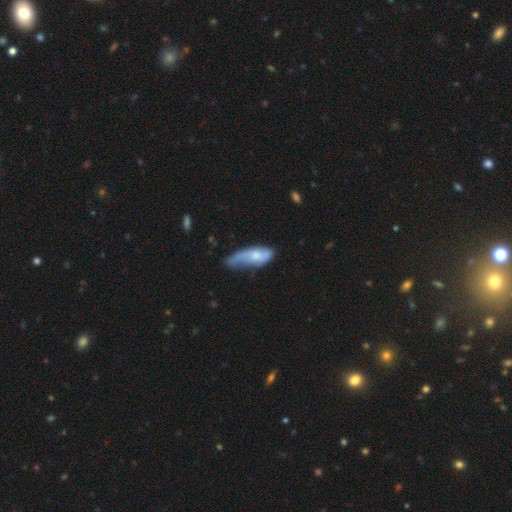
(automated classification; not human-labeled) Smooth or featured?
  - smooth: 55% *
  - featured or disk: 39%
  - star or artifact: 6%
How rounded?
  - in between: 68% *
  - cigar-shaped: 29%
  - round: 2%
Merging?
  - minor disturbance: 42% *
  - none: 29%
  - major disturbance: 24%
  - merger: 5%